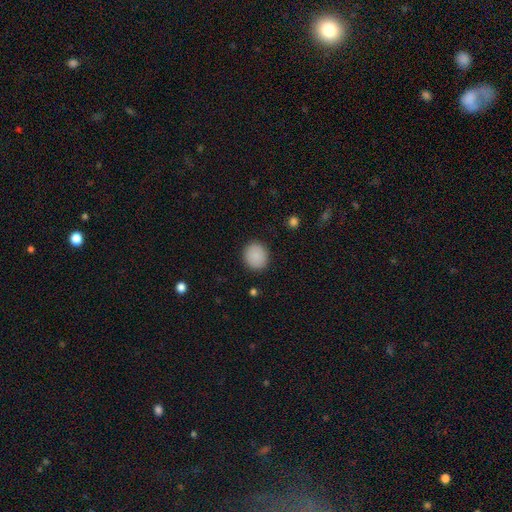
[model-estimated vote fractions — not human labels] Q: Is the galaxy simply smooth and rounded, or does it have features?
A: smooth — 89%.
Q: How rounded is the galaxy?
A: round — 80%.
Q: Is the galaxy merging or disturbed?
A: none — 90%.